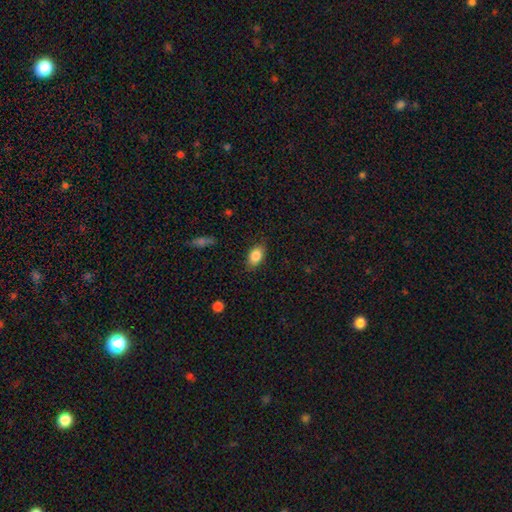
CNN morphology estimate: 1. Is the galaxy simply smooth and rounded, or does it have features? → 85% smooth, 8% featured or disk, 8% star or artifact.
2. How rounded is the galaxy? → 89% in between, 9% round, 2% cigar-shaped.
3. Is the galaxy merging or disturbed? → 84% none, 12% minor disturbance, 3% major disturbance, 1% merger.